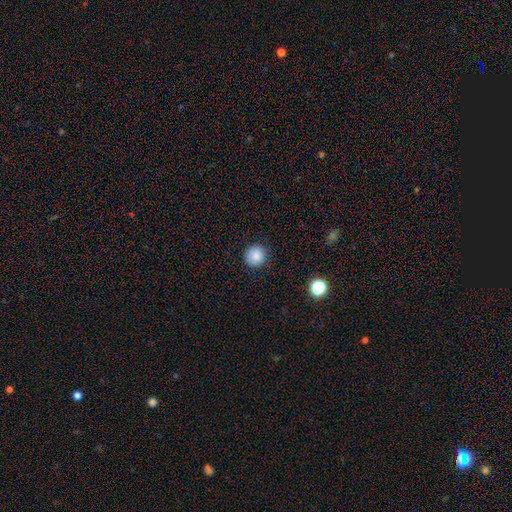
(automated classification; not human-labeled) smooth 85%, star or artifact 10%, featured or disk 5%. Down the decision tree: how rounded — round (91%); merging — none (89%).